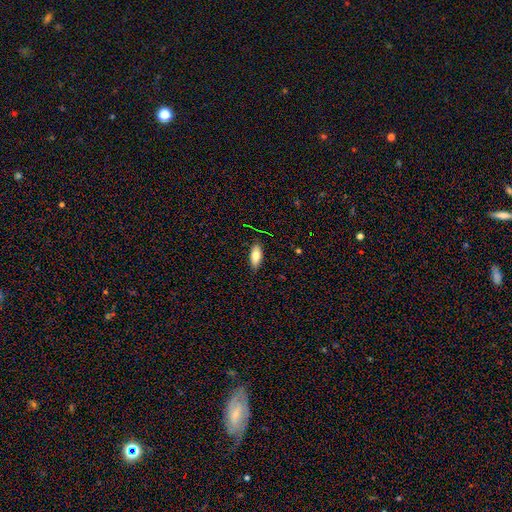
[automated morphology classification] smooth_or_featured: smooth (p=0.75) [alt: featured or disk p=0.18]
how_rounded: in between (p=0.82) [alt: cigar-shaped p=0.15]
merging: none (p=0.85) [alt: minor disturbance p=0.12]